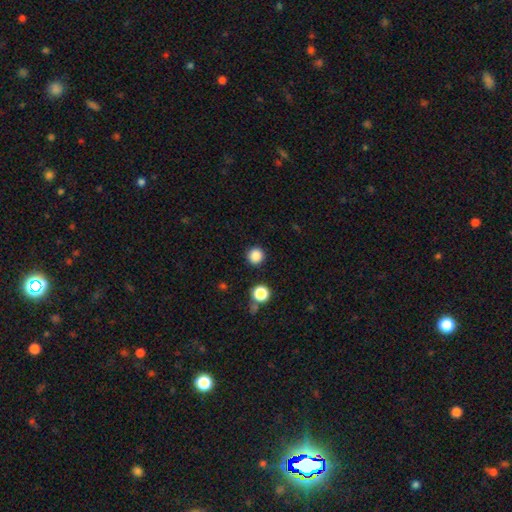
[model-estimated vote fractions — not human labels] smooth-or-featured: smooth: 85% | star or artifact: 12% | featured or disk: 3%
  how-rounded: round: 94% | in between: 5% | cigar-shaped: 1%
  merging: none: 90% | minor disturbance: 6% | major disturbance: 2% | merger: 2%